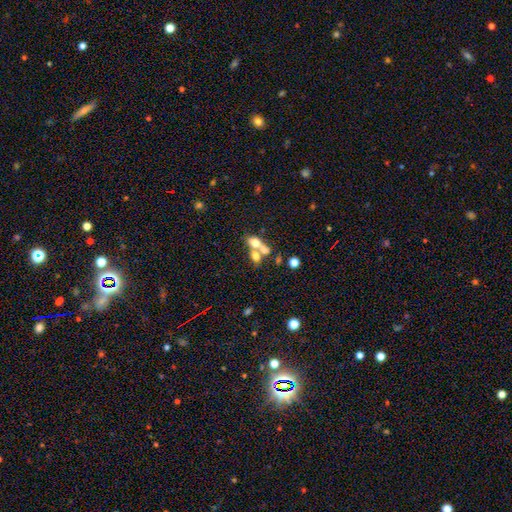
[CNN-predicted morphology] Overall: smooth (60%; featured or disk 27%). How rounded: in between (63%; round 31%). Merging: merger (62%; none 25%).